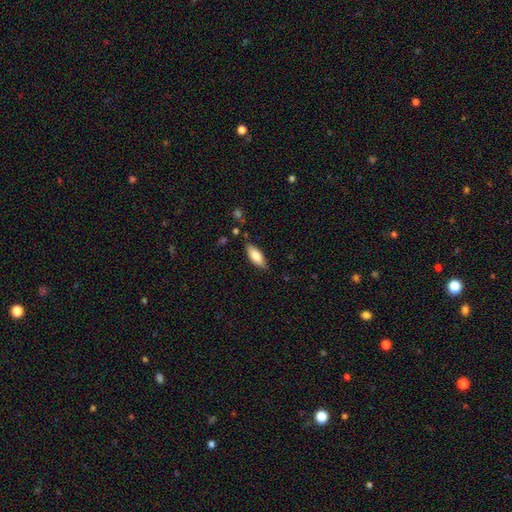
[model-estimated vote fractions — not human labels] Smooth or featured: smooth — 78% (featured or disk — 16%)
How rounded: in between — 75% (cigar-shaped — 23%)
Merging: none — 82% (minor disturbance — 13%)